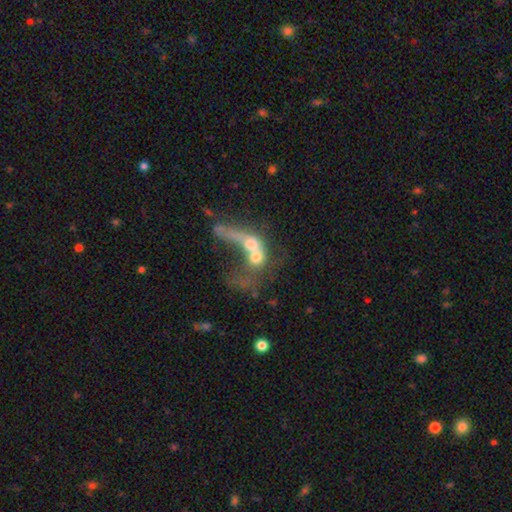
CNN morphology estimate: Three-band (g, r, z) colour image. It shows a smooth galaxy with no disk features (44%). Merging: merger (65%).